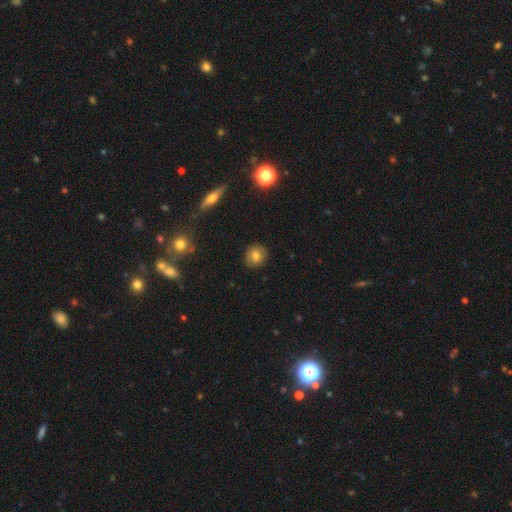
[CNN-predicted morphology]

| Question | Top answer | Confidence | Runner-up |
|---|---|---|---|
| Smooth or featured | smooth | 74% | featured or disk (14%) |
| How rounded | round | 87% | in between (12%) |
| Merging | none | 89% | minor disturbance (8%) |